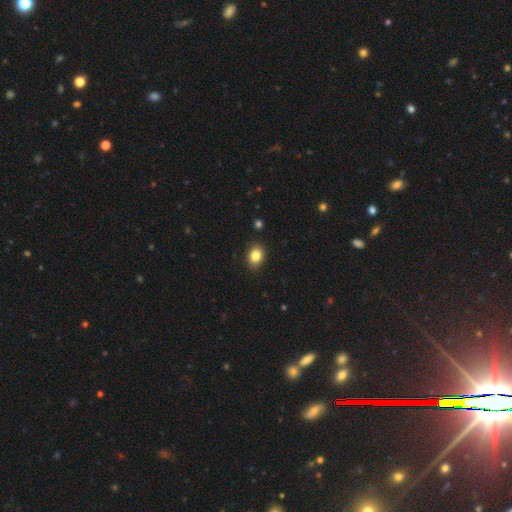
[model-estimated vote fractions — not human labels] A smooth galaxy with no disk features (84%) that is in between round and cigar-shaped (61%).

Vote fractions:
- Smooth or featured? smooth: 84% / star or artifact: 10% / featured or disk: 6%
- How rounded? in between: 61% / round: 38% / cigar-shaped: 1%
- Merging? none: 89% / minor disturbance: 8% / major disturbance: 2% / merger: 1%